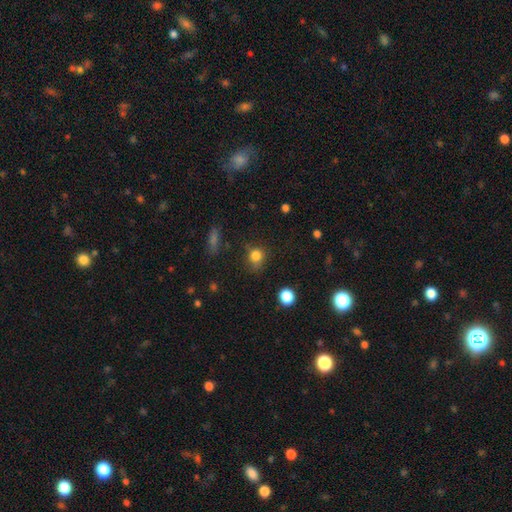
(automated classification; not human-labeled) Morphology: type=smooth (82%); roundness=round (79%); merging=none (67%).